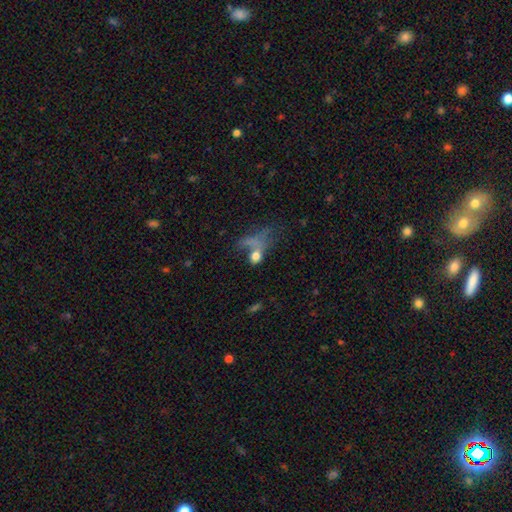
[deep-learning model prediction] Smooth or featured? smooth (60%)
How rounded? in between (60%)
Merging? major disturbance (47%)